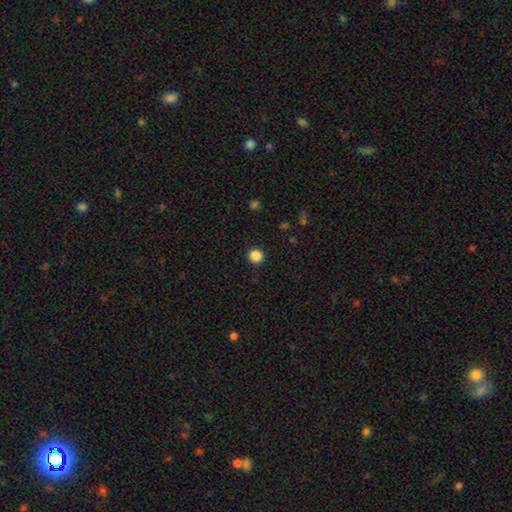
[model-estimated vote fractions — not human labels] Smooth or featured?
  - smooth: 87% *
  - star or artifact: 11%
  - featured or disk: 3%
How rounded?
  - round: 95% *
  - in between: 4%
  - cigar-shaped: 1%
Merging?
  - none: 93% *
  - minor disturbance: 4%
  - major disturbance: 2%
  - merger: 1%